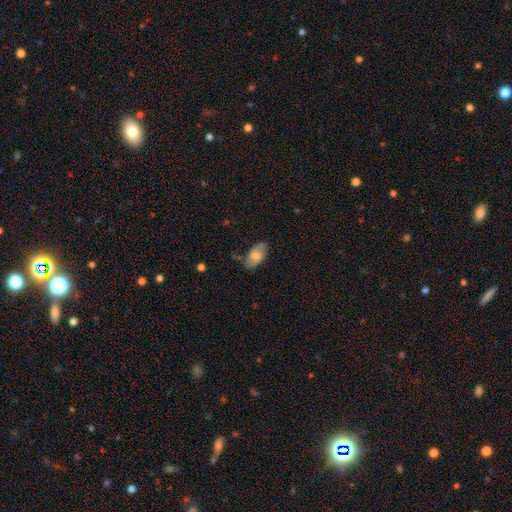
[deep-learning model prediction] Smooth or featured? Predicted: smooth (p=0.62). How rounded? Predicted: in between (p=0.93). Merging? Predicted: none (p=0.69).